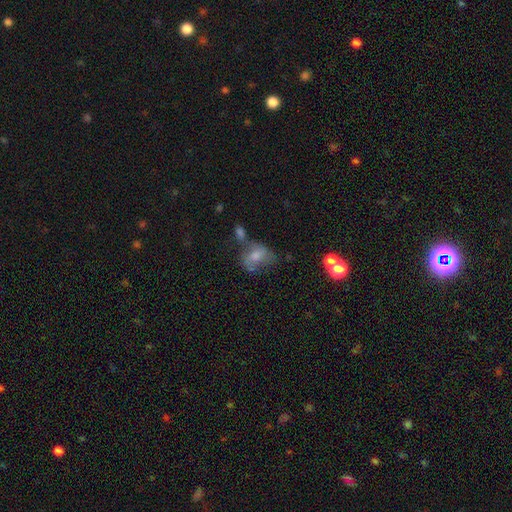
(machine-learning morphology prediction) Q: Smooth or featured?
A: smooth (56%); runner-up: featured or disk (32%)
Q: How rounded?
A: in between (65%); runner-up: round (34%)
Q: Merging?
A: none (33%); runner-up: minor disturbance (25%)